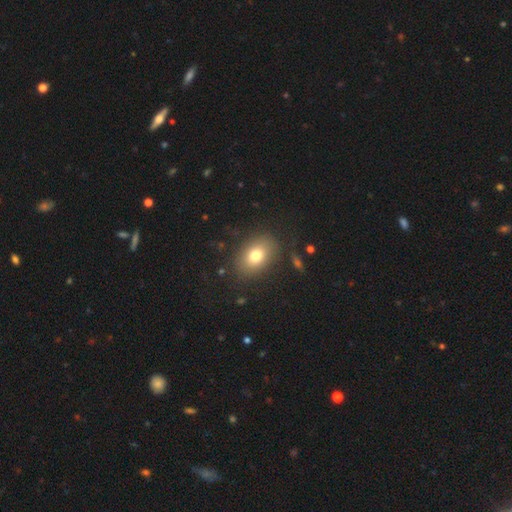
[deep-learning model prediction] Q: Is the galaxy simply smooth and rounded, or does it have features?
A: smooth — 77%.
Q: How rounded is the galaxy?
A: in between — 76%.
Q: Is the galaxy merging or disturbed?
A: none — 83%.